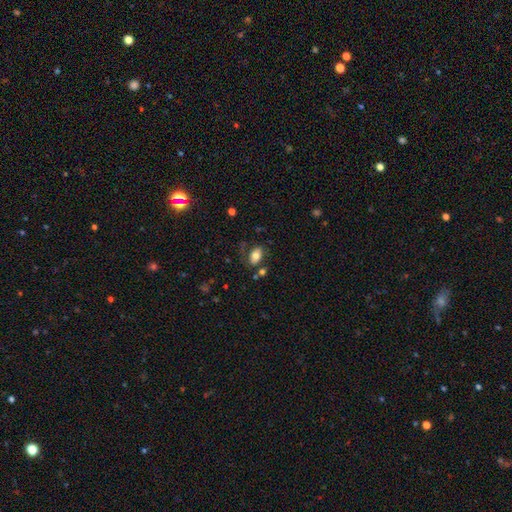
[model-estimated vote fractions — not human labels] The model was most divided on "merging": none: 65%, minor disturbance: 18%, major disturbance: 9%, merger: 7%. More confident: how rounded — in between (90%); smooth or featured — smooth (73%).